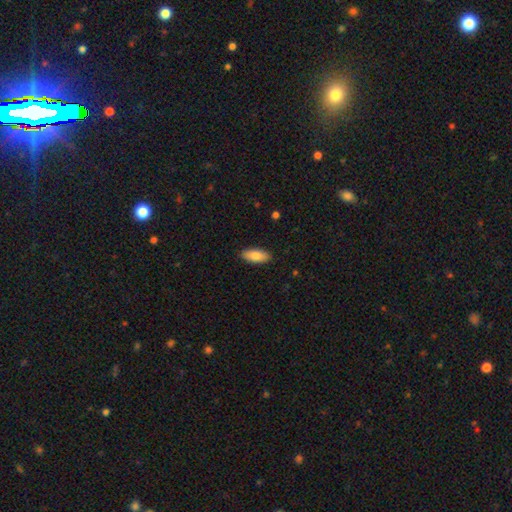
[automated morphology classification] The model was most divided on "how rounded": in between: 85%, cigar-shaped: 13%, round: 2%. More confident: merging — none (89%); smooth or featured — smooth (85%).